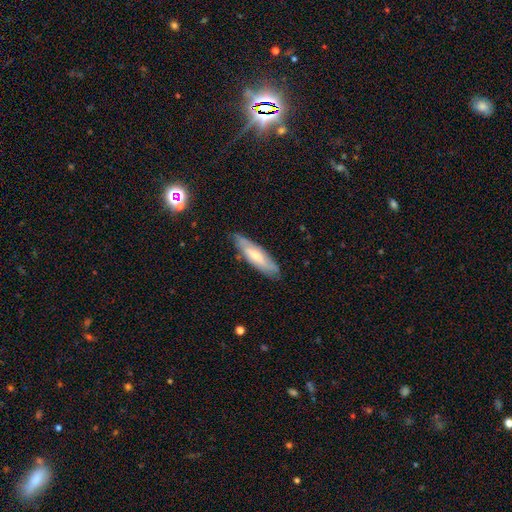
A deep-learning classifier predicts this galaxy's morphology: Smooth or featured? smooth (49%)
Merging? none (78%)